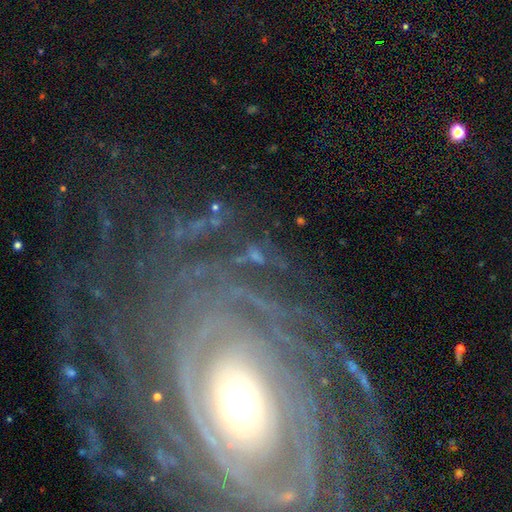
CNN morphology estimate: This is marginally a featured or disk galaxy (44%). Merging: possibly none (60%).